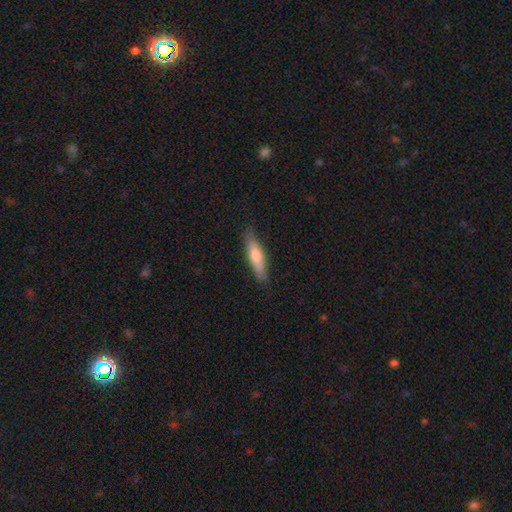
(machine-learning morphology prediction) smooth 65%, featured or disk 29%, star or artifact 6%. Down the decision tree: how rounded — cigar-shaped (80%); merging — none (86%).